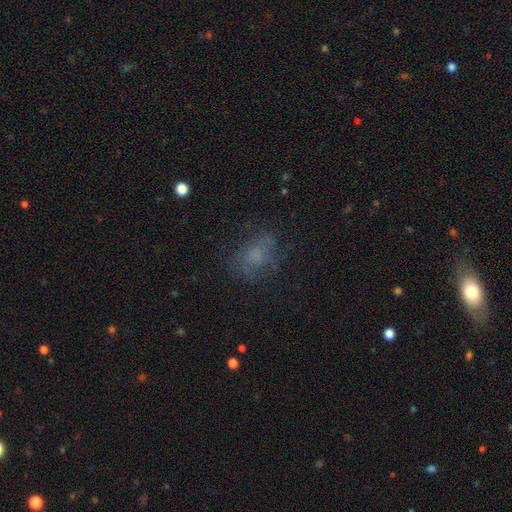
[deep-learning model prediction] smooth_or_featured: smooth (p=0.53) [alt: featured or disk p=0.29]
how_rounded: in between (p=0.59) [alt: round p=0.40]
merging: none (p=0.61) [alt: minor disturbance p=0.20]